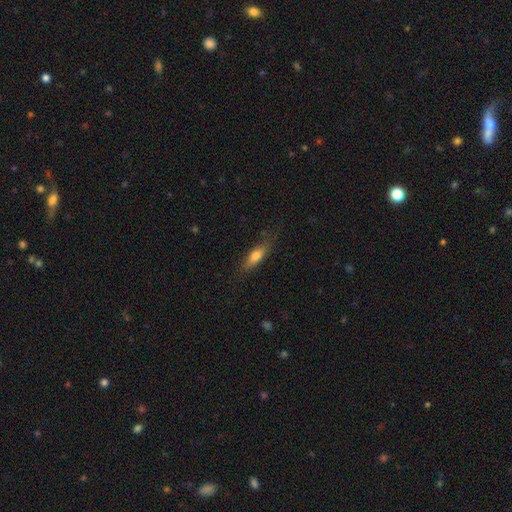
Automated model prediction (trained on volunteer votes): Smooth or featured?
  - smooth: 68% *
  - featured or disk: 25%
  - star or artifact: 7%
How rounded?
  - cigar-shaped: 50% *
  - in between: 47%
  - round: 3%
Merging?
  - none: 72% *
  - minor disturbance: 21%
  - major disturbance: 6%
  - merger: 1%